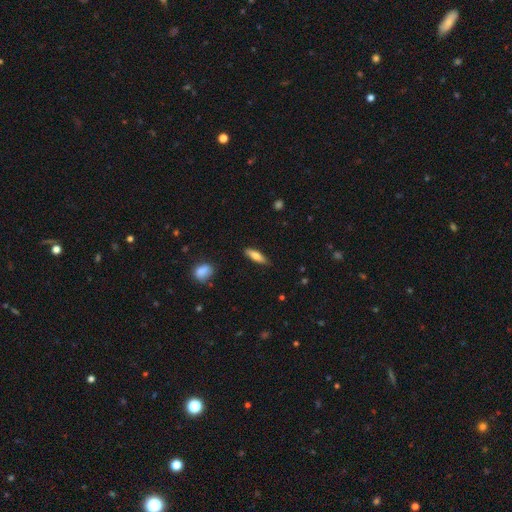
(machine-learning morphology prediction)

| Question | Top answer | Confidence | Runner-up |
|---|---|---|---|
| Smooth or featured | smooth | 72% | featured or disk (22%) |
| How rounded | cigar-shaped | 56% | in between (42%) |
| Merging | none | 84% | minor disturbance (13%) |